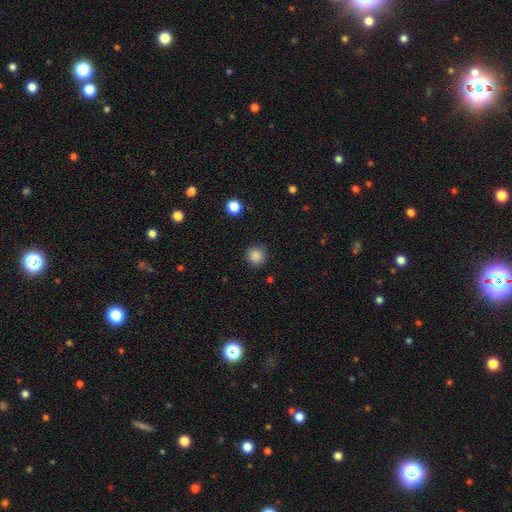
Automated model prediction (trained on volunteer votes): This appears to be a smooth galaxy with no disk features (86%) that is round (93%). Merging: none (87%).